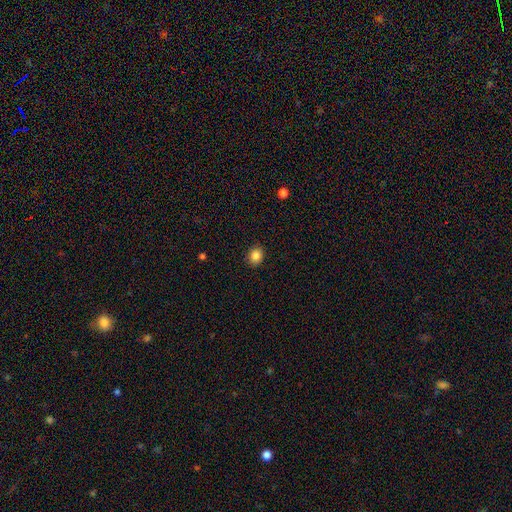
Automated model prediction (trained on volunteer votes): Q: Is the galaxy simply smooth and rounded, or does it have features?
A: smooth — 85%.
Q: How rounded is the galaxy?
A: round — 60%.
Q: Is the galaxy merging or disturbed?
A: none — 90%.